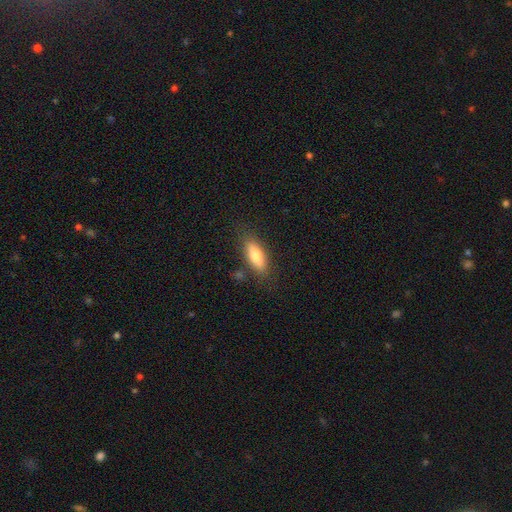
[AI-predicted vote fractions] A smooth galaxy with no disk features (73%) that is in between round and cigar-shaped (62%).

Vote fractions:
- Smooth or featured? smooth: 73% / featured or disk: 20% / star or artifact: 7%
- How rounded? in between: 62% / cigar-shaped: 36% / round: 2%
- Merging? none: 80% / minor disturbance: 13% / major disturbance: 4% / merger: 3%